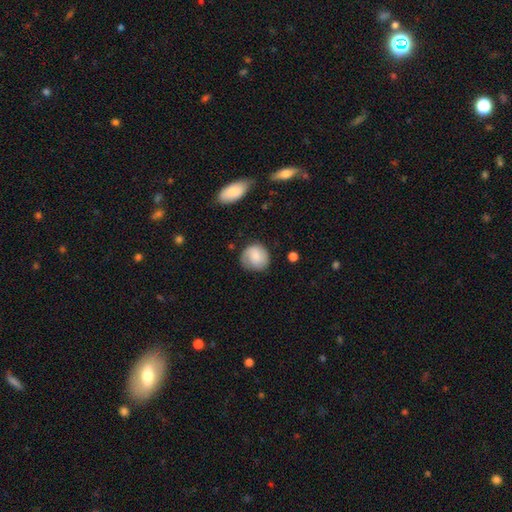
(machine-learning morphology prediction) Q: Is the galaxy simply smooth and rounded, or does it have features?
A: smooth — 74%.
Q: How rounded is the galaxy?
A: round — 84%.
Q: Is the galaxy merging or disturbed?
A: none — 74%.